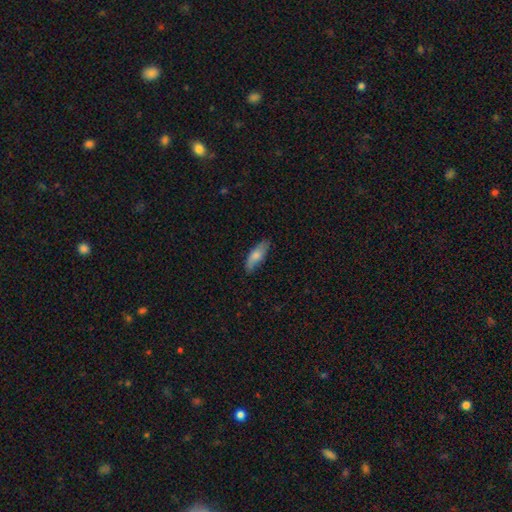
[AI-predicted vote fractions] smooth 72%, featured or disk 22%, star or artifact 6%. Down the decision tree: how rounded — in between (69%); merging — none (74%).